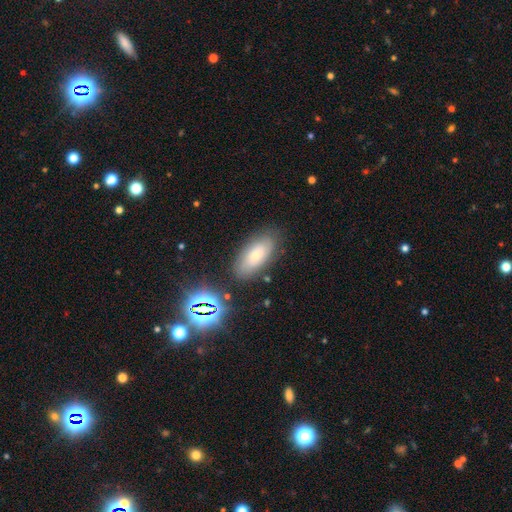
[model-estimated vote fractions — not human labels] Smooth or featured? smooth (56%)
How rounded? in between (87%)
Merging? none (80%)